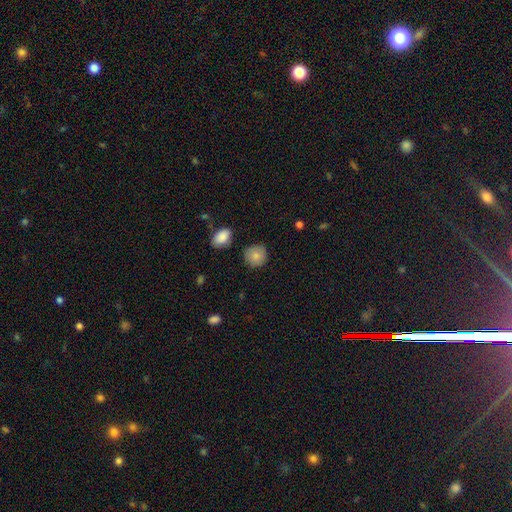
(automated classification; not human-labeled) A smooth galaxy with no disk features (85%) that is round (89%). Merging: none (82%).